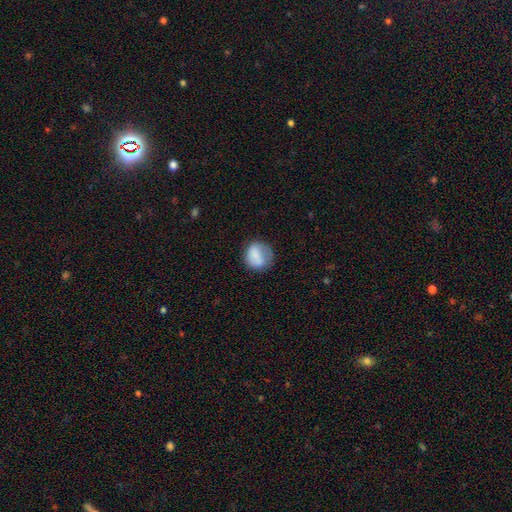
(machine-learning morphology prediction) smooth 77%, featured or disk 16%, star or artifact 8%. Down the decision tree: how rounded — round (72%); merging — none (55%).